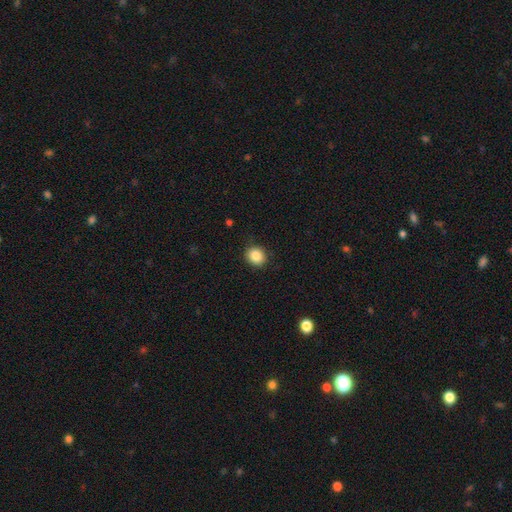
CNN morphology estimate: smooth 86%, star or artifact 9%, featured or disk 5%. Down the decision tree: how rounded — round (77%); merging — none (89%).